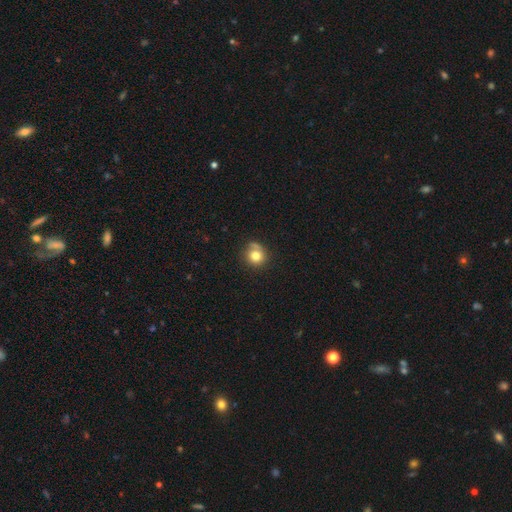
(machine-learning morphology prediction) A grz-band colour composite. It shows a smooth galaxy with no disk features (79%) that is round (87%). Merging: none (64%).